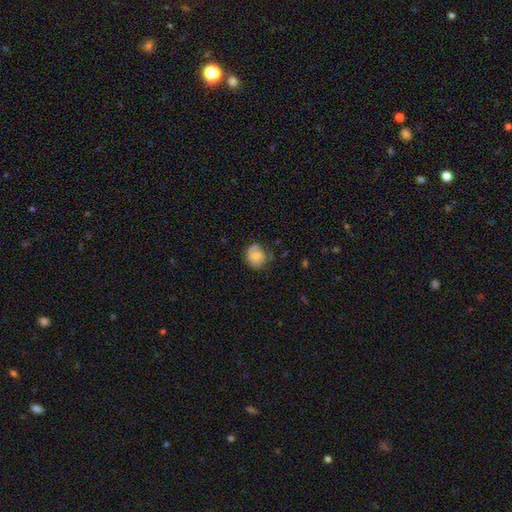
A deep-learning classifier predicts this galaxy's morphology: Smooth or featured? Predicted: smooth (p=0.59). How rounded? Predicted: round (p=0.76). Merging? Predicted: none (p=0.61).